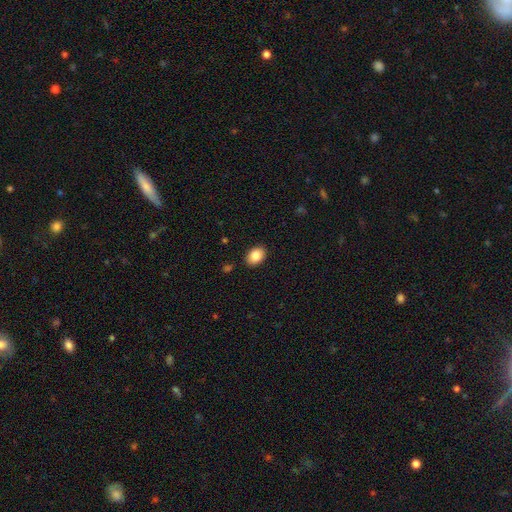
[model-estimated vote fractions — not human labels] smooth 85%, star or artifact 8%, featured or disk 7%. Down the decision tree: how rounded — in between (77%); merging — none (89%).